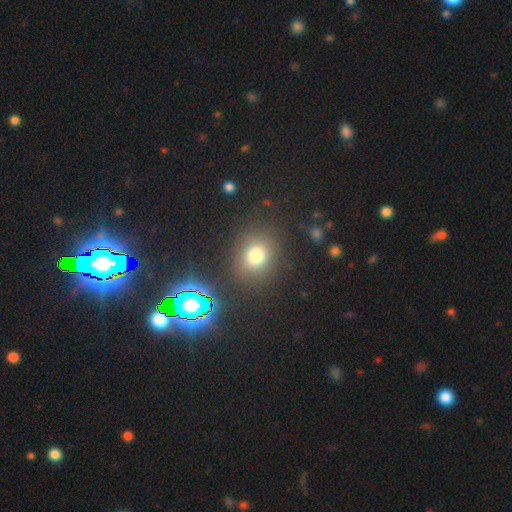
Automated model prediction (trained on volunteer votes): Smooth or featured?
  - smooth: 74% *
  - star or artifact: 19%
  - featured or disk: 7%
How rounded?
  - round: 68% *
  - in between: 30%
  - cigar-shaped: 1%
Merging?
  - none: 83% *
  - minor disturbance: 9%
  - major disturbance: 5%
  - merger: 3%